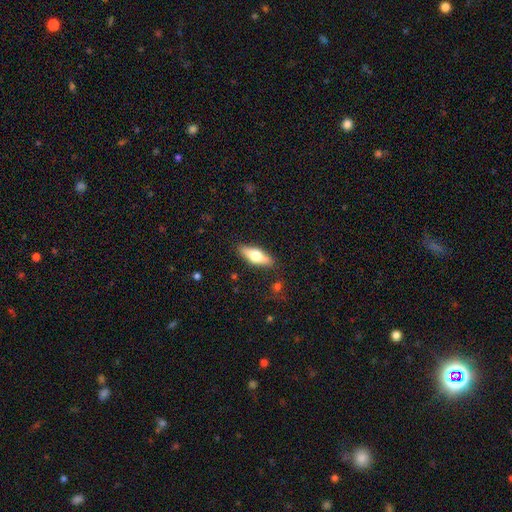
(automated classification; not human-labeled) Smooth or featured: smooth — 61% (featured or disk — 33%)
How rounded: in between — 65% (cigar-shaped — 32%)
Merging: none — 87% (minor disturbance — 10%)